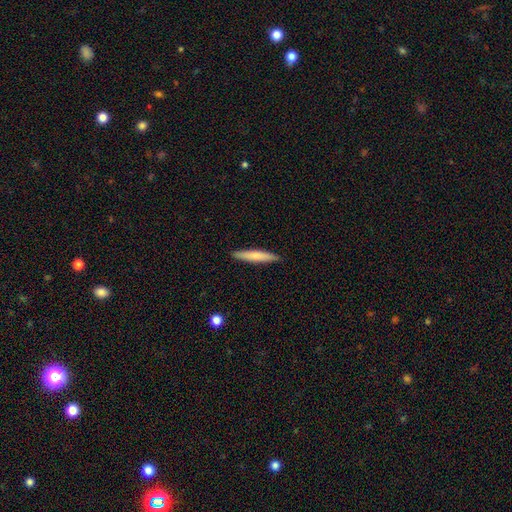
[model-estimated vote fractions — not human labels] This is likely a smooth galaxy (72%). How rounded: clearly cigar-shaped (92%). Merging: clearly none (90%).